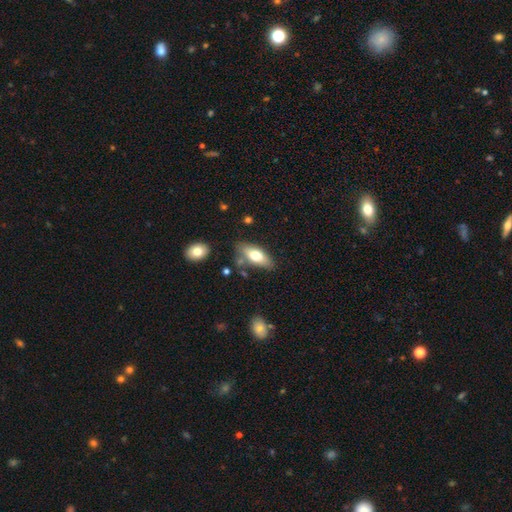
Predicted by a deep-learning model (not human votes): Smooth or featured? smooth (69%)
How rounded? in between (79%)
Merging? none (74%)